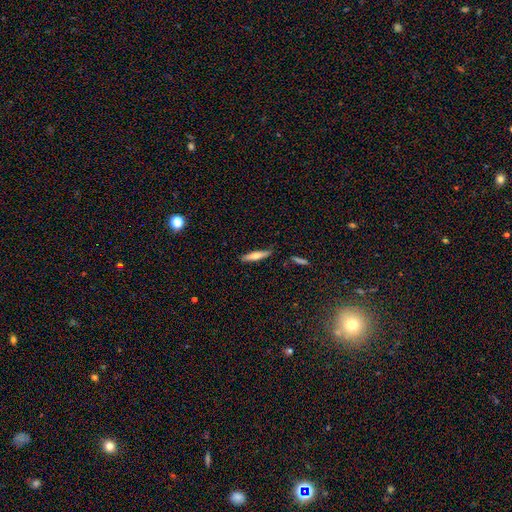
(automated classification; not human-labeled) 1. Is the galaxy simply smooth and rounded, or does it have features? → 62% smooth, 31% featured or disk, 7% star or artifact.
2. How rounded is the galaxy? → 84% cigar-shaped, 15% in between, 2% round.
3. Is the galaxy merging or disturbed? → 81% none, 14% minor disturbance, 3% major disturbance, 2% merger.